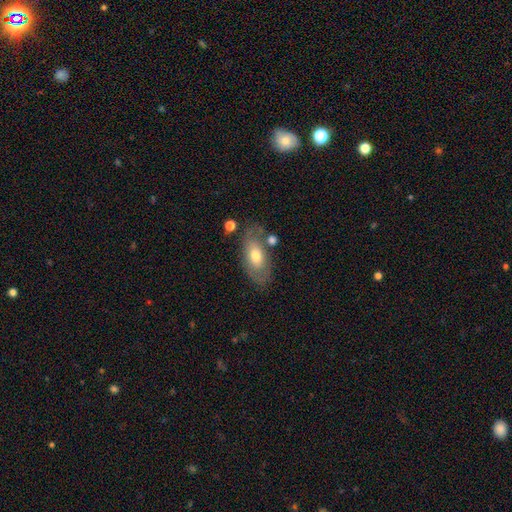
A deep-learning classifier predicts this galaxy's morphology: smooth_or_featured: smooth (p=0.61) [alt: featured or disk p=0.33]
how_rounded: in between (p=0.90) [alt: cigar-shaped p=0.05]
merging: none (p=0.67) [alt: minor disturbance p=0.19]